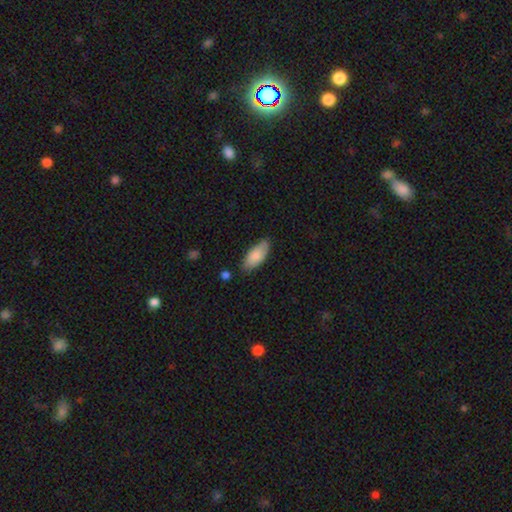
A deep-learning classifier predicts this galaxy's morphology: This is clearly a smooth galaxy (82%). How rounded: clearly in between (85%). Merging: likely none (76%).